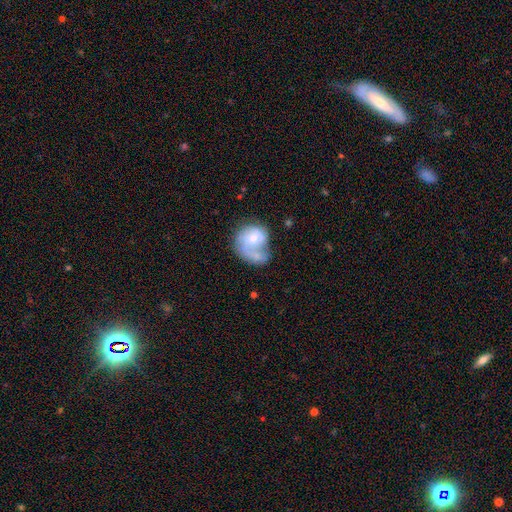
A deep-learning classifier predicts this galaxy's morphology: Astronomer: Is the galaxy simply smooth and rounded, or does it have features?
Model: featured or disk — 54% (runner-up: smooth, 39%).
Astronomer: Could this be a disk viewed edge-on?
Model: no — 98%.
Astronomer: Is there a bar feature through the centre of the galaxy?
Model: no — 74%.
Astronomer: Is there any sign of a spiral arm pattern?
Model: yes — 68%.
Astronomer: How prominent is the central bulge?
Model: small — 48% (runner-up: moderate, 41%).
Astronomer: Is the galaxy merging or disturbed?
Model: merger — 28% (runner-up: none, 27%).